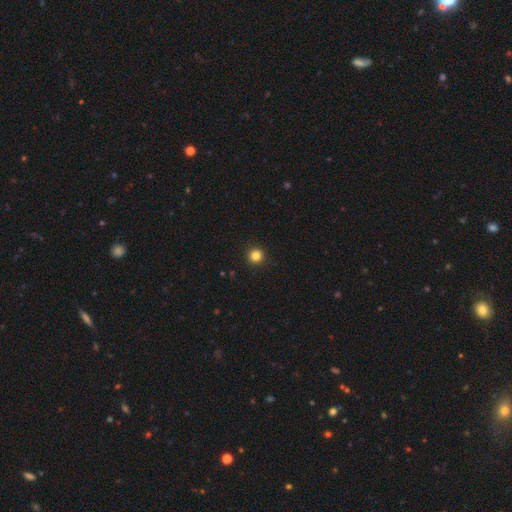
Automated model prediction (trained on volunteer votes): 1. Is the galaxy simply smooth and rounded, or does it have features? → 84% smooth, 12% star or artifact, 4% featured or disk.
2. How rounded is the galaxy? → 95% round, 4% in between, 1% cigar-shaped.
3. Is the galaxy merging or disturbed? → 93% none, 4% minor disturbance, 2% major disturbance, 1% merger.